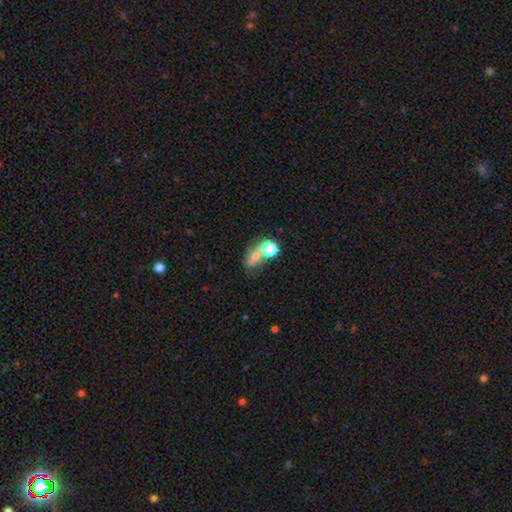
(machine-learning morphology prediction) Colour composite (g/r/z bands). It shows a smooth galaxy with no disk features (62%) that is in between round and cigar-shaped (55%). Merging: merger (44%).